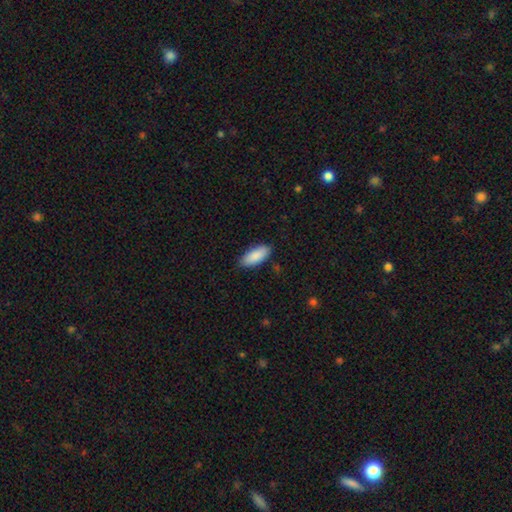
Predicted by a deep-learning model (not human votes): Smooth or featured: smooth — 89% (star or artifact — 6%)
How rounded: in between — 85% (cigar-shaped — 13%)
Merging: none — 86% (minor disturbance — 11%)